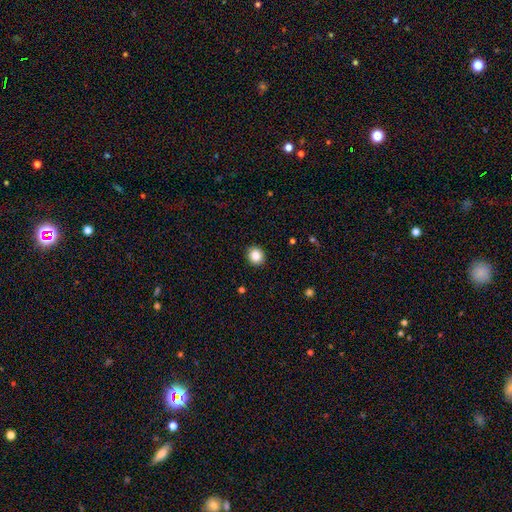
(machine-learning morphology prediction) type=smooth (85%); roundness=round (78%); merging=none (92%).